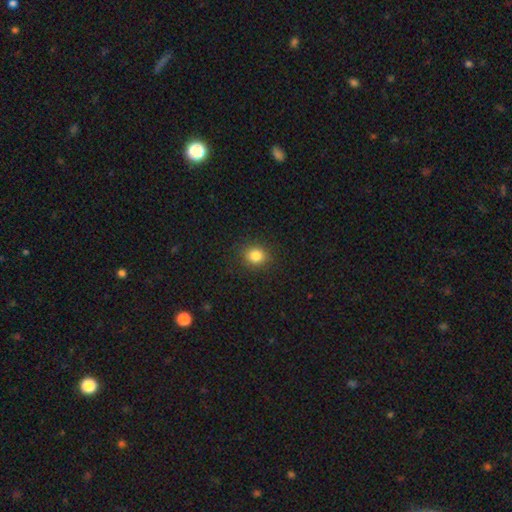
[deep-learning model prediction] Smooth or featured? Predicted: smooth (p=0.84). How rounded? Predicted: round (p=0.76). Merging? Predicted: none (p=0.89).